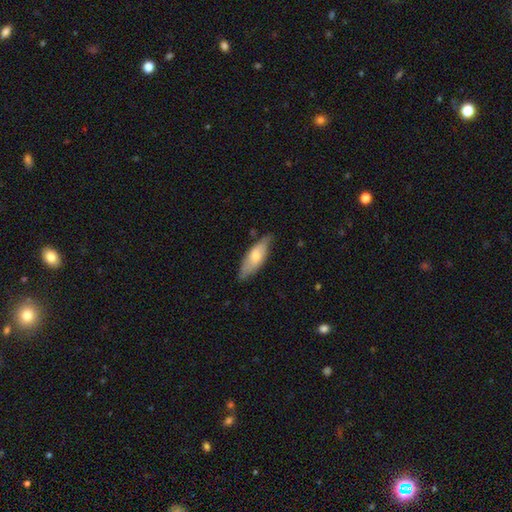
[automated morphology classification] smooth_or_featured: smooth (p=0.61) [alt: featured or disk p=0.33]
how_rounded: in between (p=0.65) [alt: cigar-shaped p=0.32]
merging: none (p=0.70) [alt: minor disturbance p=0.24]